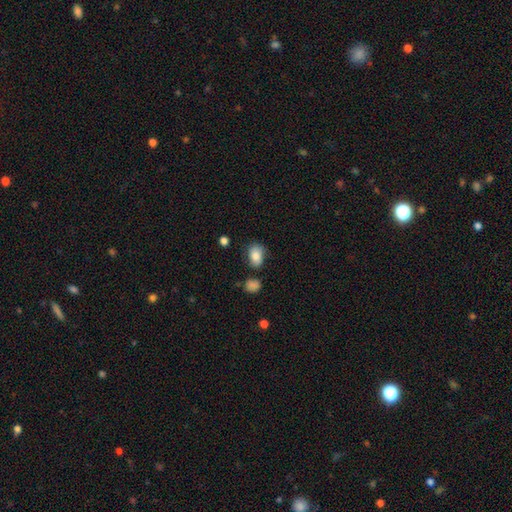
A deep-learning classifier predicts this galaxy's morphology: This appears to be a smooth galaxy with no disk features (83%) that is in between round and cigar-shaped (75%). Merging: none (69%).